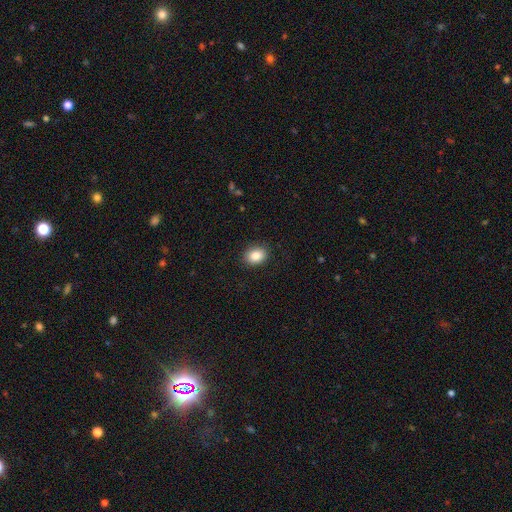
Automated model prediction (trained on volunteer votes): Smooth or featured?
  - smooth: 87% *
  - star or artifact: 8%
  - featured or disk: 5%
How rounded?
  - in between: 63% *
  - round: 36%
  - cigar-shaped: 1%
Merging?
  - none: 87% *
  - minor disturbance: 9%
  - major disturbance: 3%
  - merger: 1%